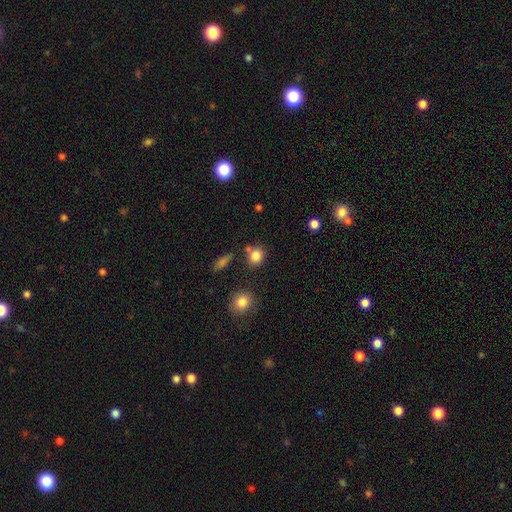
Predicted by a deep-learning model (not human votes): Morphology: type=smooth (83%); roundness=round (71%); merging=none (69%).